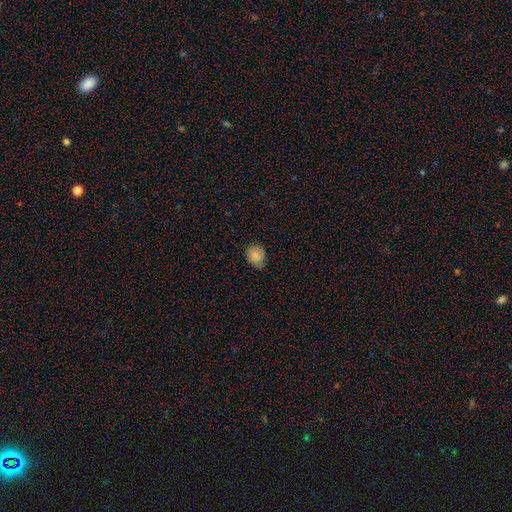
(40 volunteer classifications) Volunteers were most divided on "merging": none: 63%, minor disturbance: 34%, merger: 3%, major disturbance: 0%. More confident: smooth or featured — smooth (85%); how rounded — round (71%).